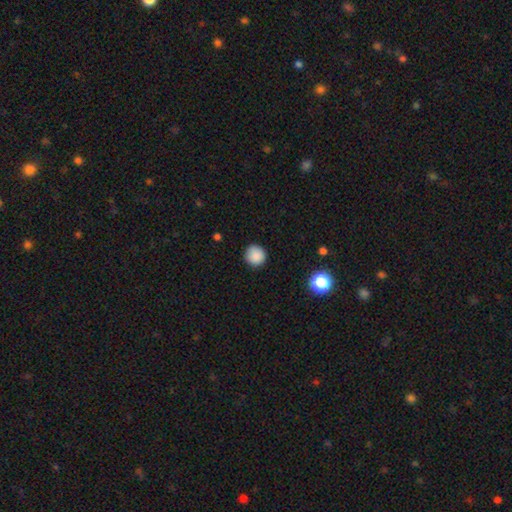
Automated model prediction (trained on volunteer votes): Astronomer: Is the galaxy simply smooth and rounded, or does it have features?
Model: smooth — 87%.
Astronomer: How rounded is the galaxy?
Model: round — 95%.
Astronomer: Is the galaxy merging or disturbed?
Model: none — 90%.